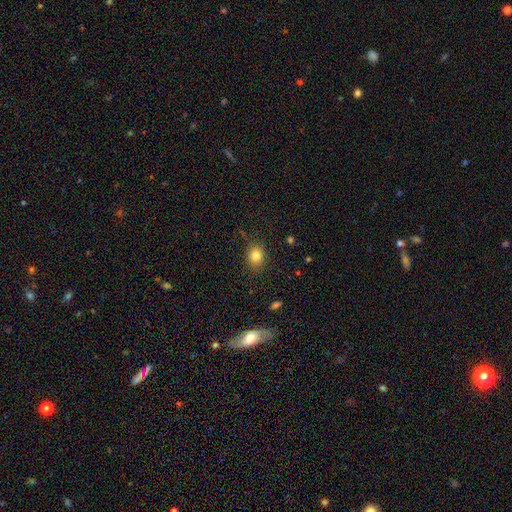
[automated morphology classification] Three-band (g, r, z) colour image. It shows a smooth galaxy with no disk features (81%) that is round (61%). Merging: none (85%).